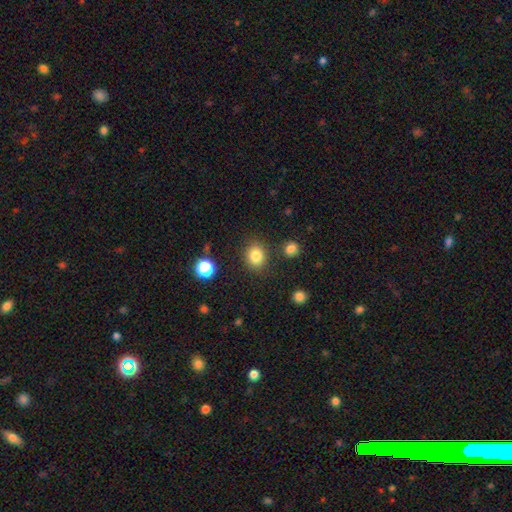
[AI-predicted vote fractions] This appears to be a smooth galaxy with no disk features (82%) that is round (69%). Merging: none (85%).